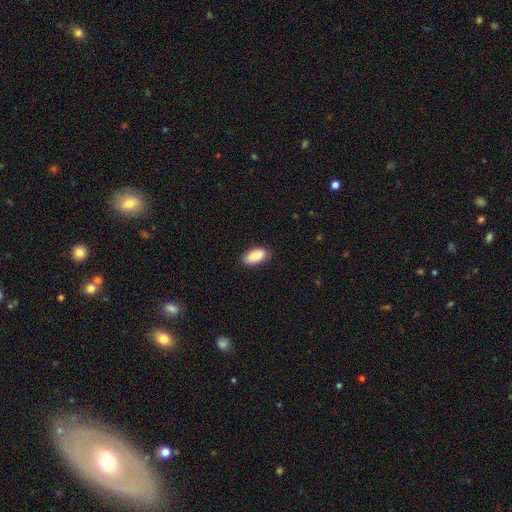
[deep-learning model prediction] smooth 89%, star or artifact 6%, featured or disk 5%. Down the decision tree: how rounded — in between (92%); merging — none (85%).